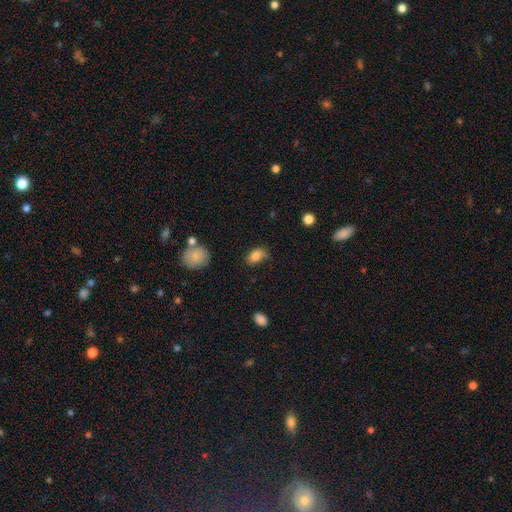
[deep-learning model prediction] smooth_or_featured: smooth (p=0.83) [alt: featured or disk p=0.09]
how_rounded: in between (p=0.86) [alt: round p=0.12]
merging: none (p=0.50) [alt: minor disturbance p=0.34]